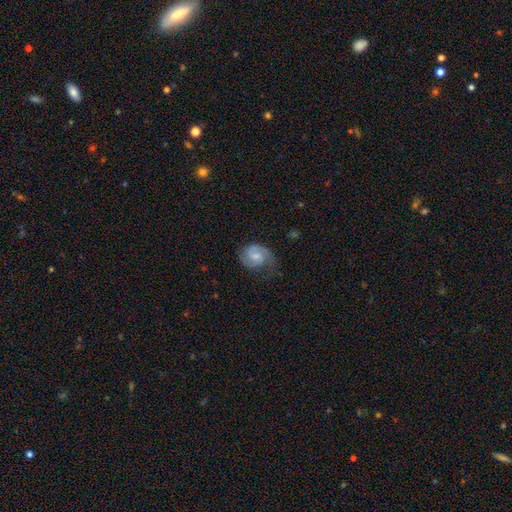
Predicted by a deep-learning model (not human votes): Smooth or featured? featured or disk (62%)
Edge-on disk? no (98%)
Bar? weak (47%)
Spiral arms? yes (92%)
Spiral winding? medium (45%)
Spiral arm count? 2 (67%)
Bulge size? moderate (41%)
Merging? none (53%)